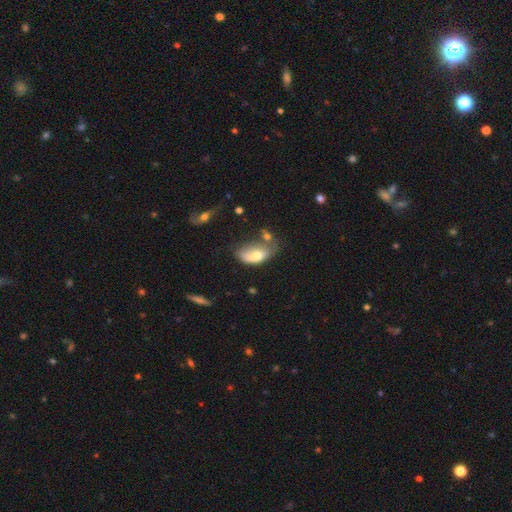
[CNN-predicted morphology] type=smooth (62%); roundness=in between (91%); merging=major disturbance (29%).